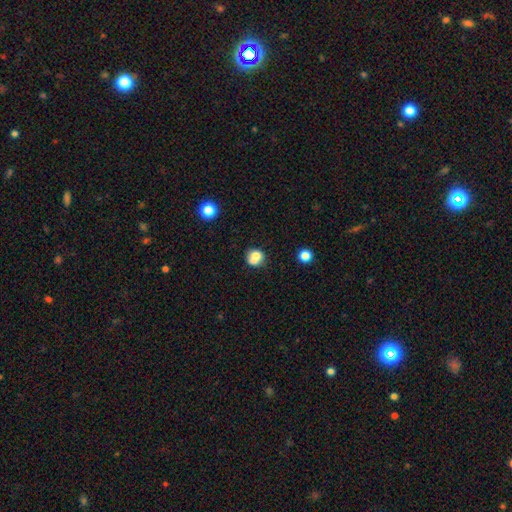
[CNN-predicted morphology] Smooth or featured?
  - smooth: 73% *
  - featured or disk: 16%
  - star or artifact: 11%
How rounded?
  - round: 78% *
  - in between: 21%
  - cigar-shaped: 1%
Merging?
  - merger: 42% * (tied)
  - none: 42% * (tied)
  - minor disturbance: 12%
  - major disturbance: 5%